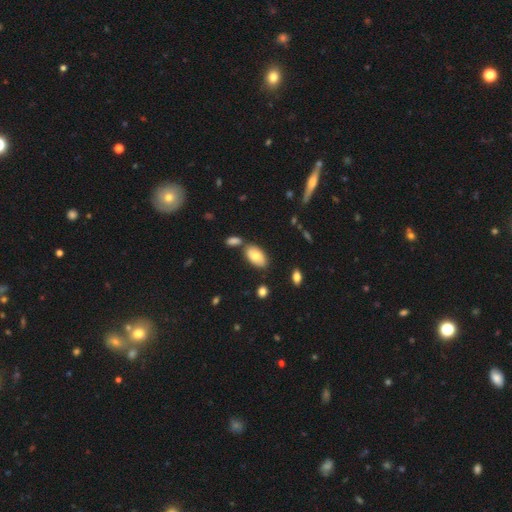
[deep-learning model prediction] Smooth or featured? Predicted: smooth (p=0.72). How rounded? Predicted: in between (p=0.94). Merging? Predicted: none (p=0.68).